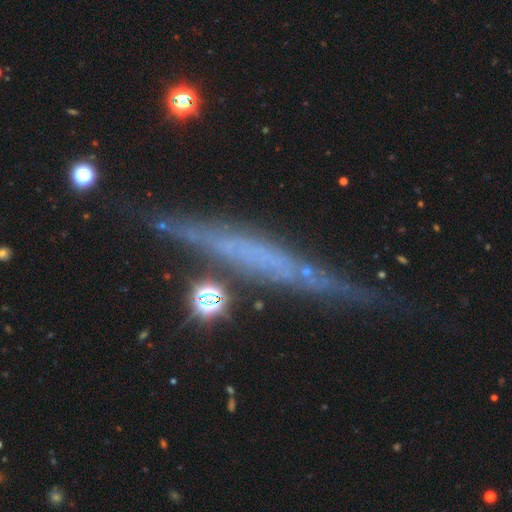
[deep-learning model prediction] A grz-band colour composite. It shows a featured or disk galaxy (65%) viewed edge-on (94%) with no central bulge (80%). Merging: none (79%).